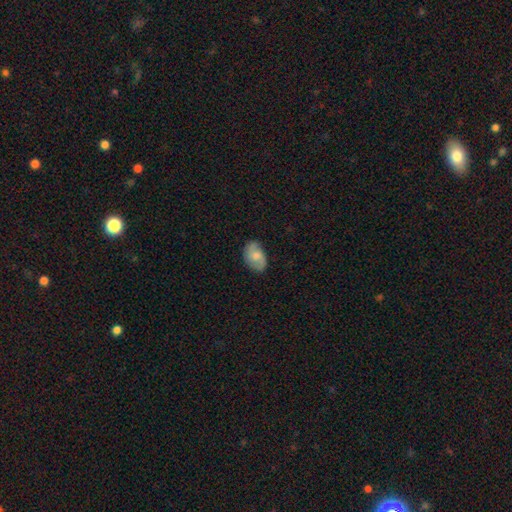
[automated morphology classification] Q: Smooth or featured?
A: smooth (59%); runner-up: featured or disk (34%)
Q: How rounded?
A: in between (87%); runner-up: round (12%)
Q: Merging?
A: none (69%); runner-up: minor disturbance (24%)